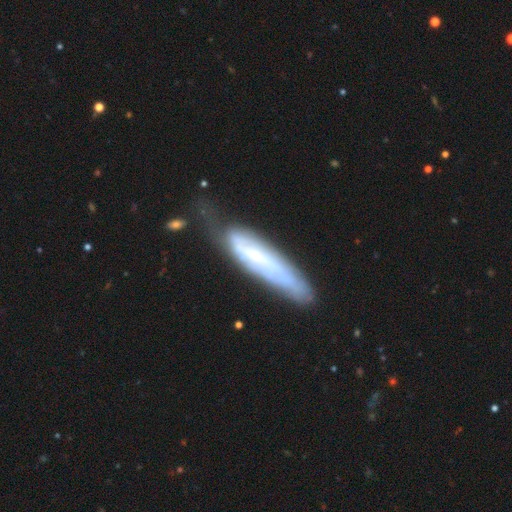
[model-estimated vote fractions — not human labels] smooth_or_featured: featured or disk (p=0.58) [alt: smooth p=0.35]
disk_edge_on: no (p=0.59) [alt: yes p=0.41]
merging: none (p=0.45) [alt: minor disturbance p=0.32]